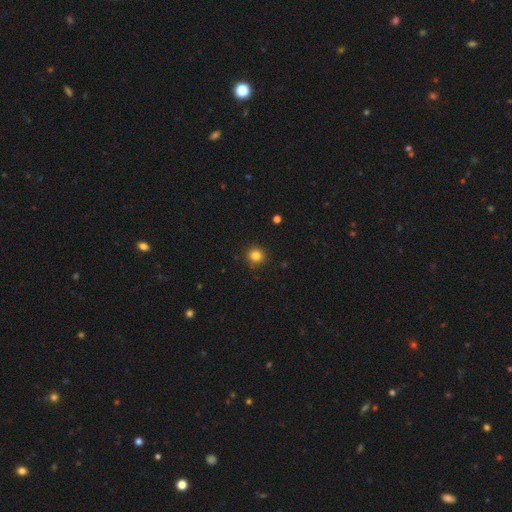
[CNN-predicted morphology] Smooth or featured? Predicted: smooth (p=0.83). How rounded? Predicted: round (p=0.92). Merging? Predicted: none (p=0.90).